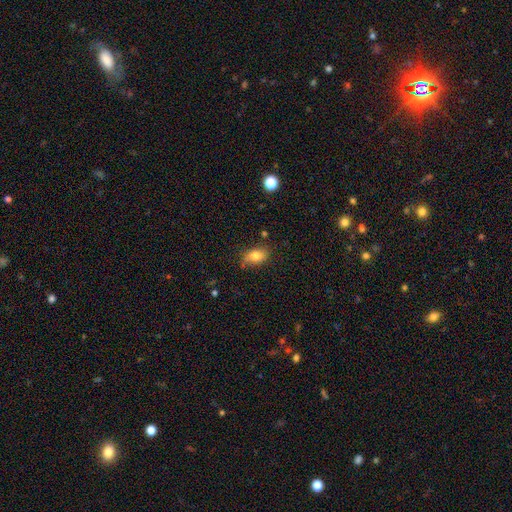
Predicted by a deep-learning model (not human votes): The model was most divided on "merging": none: 71%, minor disturbance: 22%, major disturbance: 5%, merger: 3%. More confident: how rounded — in between (88%); smooth or featured — smooth (79%).